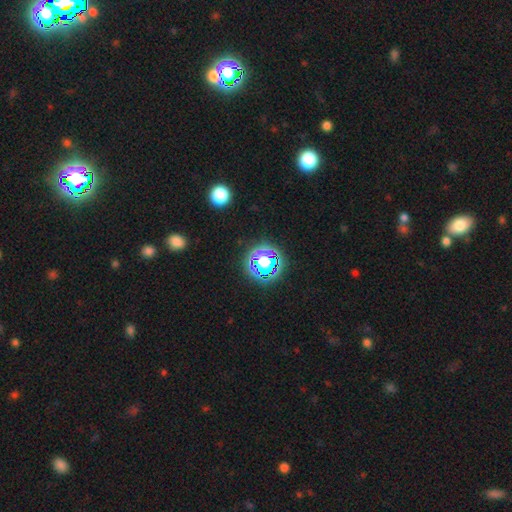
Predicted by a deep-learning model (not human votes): Morphology: type=star or artifact (70%).